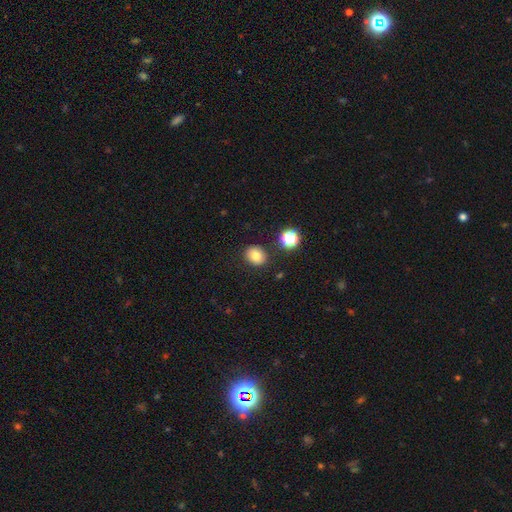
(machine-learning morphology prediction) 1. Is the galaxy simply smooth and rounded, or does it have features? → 77% smooth, 13% star or artifact, 10% featured or disk.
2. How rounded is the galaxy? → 65% round, 34% in between, 1% cigar-shaped.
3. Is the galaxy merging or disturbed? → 85% none, 9% minor disturbance, 3% merger, 3% major disturbance.